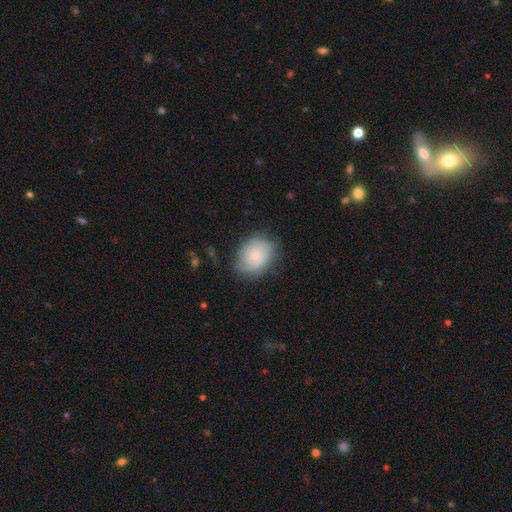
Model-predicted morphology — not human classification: Overall: smooth (59%; featured or disk 33%). How rounded: in between (57%; round 43%). Merging: none (67%).